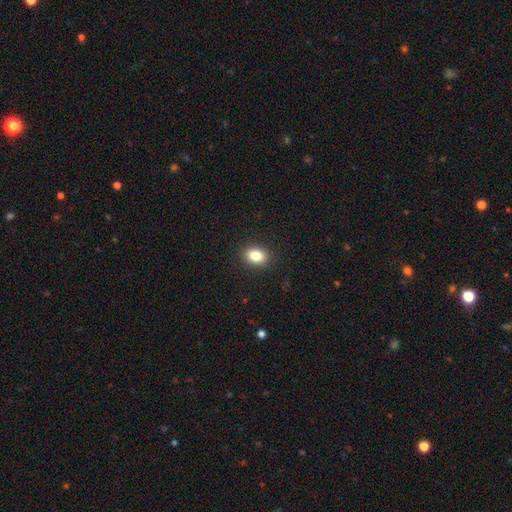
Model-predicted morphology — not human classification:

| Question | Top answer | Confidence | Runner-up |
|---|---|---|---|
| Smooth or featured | smooth | 84% | star or artifact (10%) |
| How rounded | in between | 77% | round (22%) |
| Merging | none | 90% | minor disturbance (7%) |